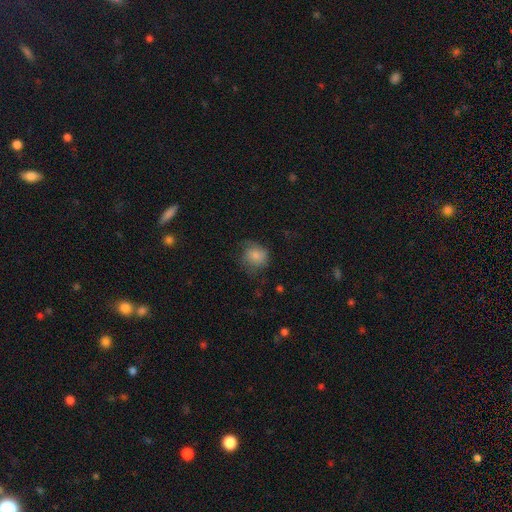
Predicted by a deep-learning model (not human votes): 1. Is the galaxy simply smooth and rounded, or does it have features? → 76% smooth, 15% featured or disk, 9% star or artifact.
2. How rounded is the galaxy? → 76% round, 23% in between, 1% cigar-shaped.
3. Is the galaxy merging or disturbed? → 57% none, 28% minor disturbance, 15% major disturbance, 1% merger.